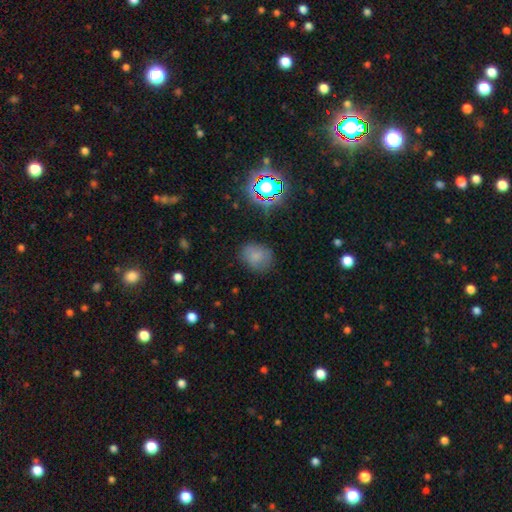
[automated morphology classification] smooth_or_featured: smooth (p=0.73) [alt: star or artifact p=0.17]
how_rounded: round (p=0.62) [alt: in between p=0.37]
merging: none (p=0.73) [alt: minor disturbance p=0.19]